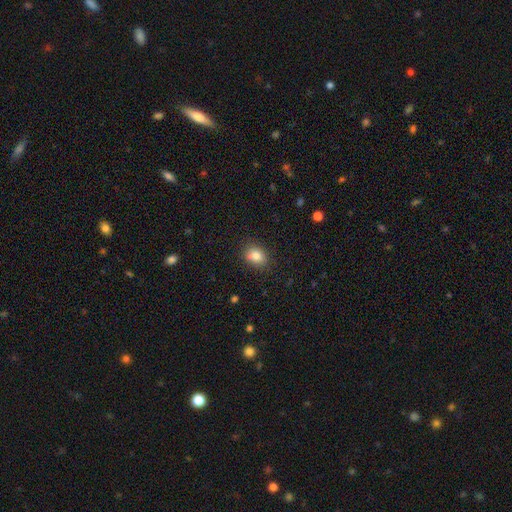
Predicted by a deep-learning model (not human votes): Overall: smooth (84%). How rounded: in between (60%; round 39%). Merging: none (84%).